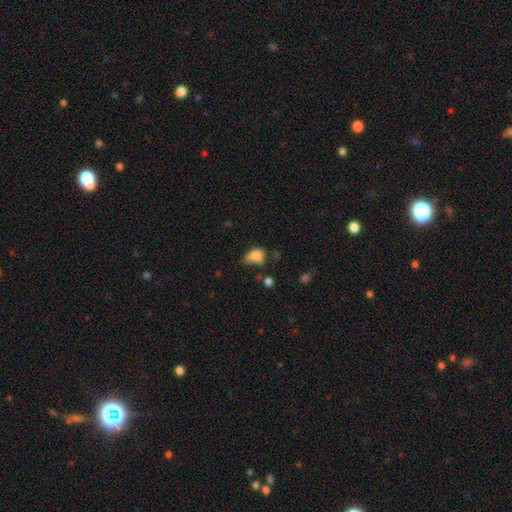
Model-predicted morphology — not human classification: Overall: smooth (77%). How rounded: in between (80%). Merging: minor disturbance (35%; none 28%).